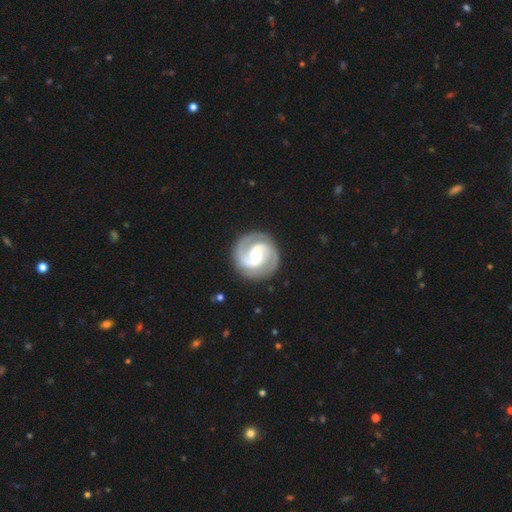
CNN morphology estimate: A featured or disk galaxy (89%) with a weak bar (45%), 2 (90%) tight (51%) spiral arms (97%) and a moderate central bulge (62%). Merging: none (86%).